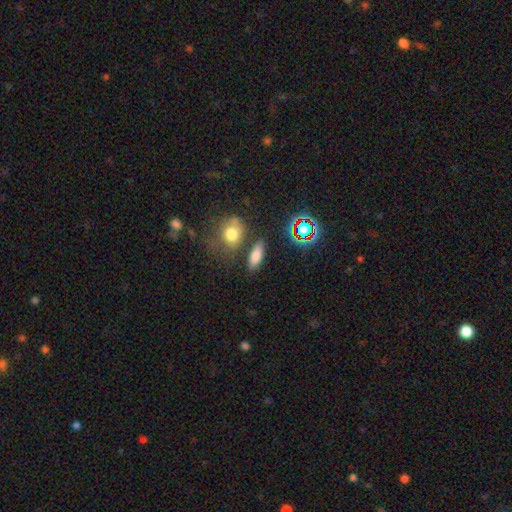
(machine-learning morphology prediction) Smooth or featured? smooth (75%)
How rounded? in between (66%)
Merging? none (77%)